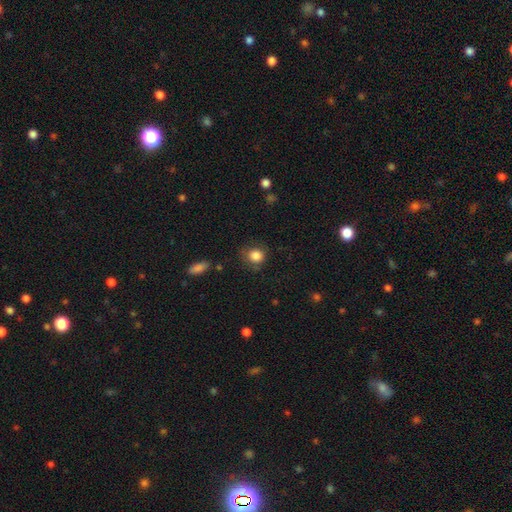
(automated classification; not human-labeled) A smooth galaxy with no disk features (85%) that is round (76%). Merging: none (69%).